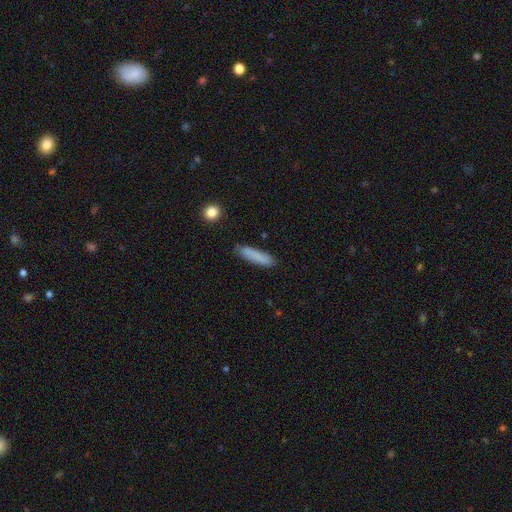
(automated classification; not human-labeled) This appears to be a smooth galaxy with no disk features (84%) that is cigar-shaped (82%). Merging: none (84%).